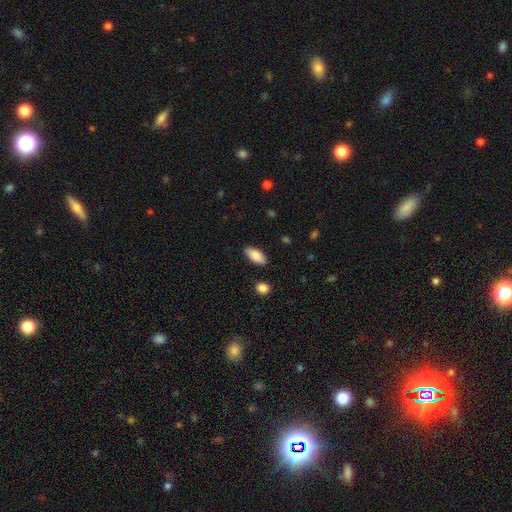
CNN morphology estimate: Q: Smooth or featured?
A: smooth (87%); runner-up: featured or disk (6%)
Q: How rounded?
A: in between (89%); runner-up: cigar-shaped (9%)
Q: Merging?
A: none (87%); runner-up: minor disturbance (9%)